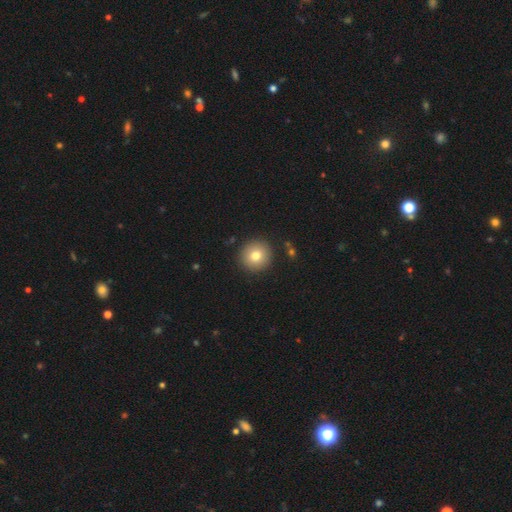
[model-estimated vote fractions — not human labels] A smooth galaxy with no disk features (77%) that is round (95%). Merging: none (91%).